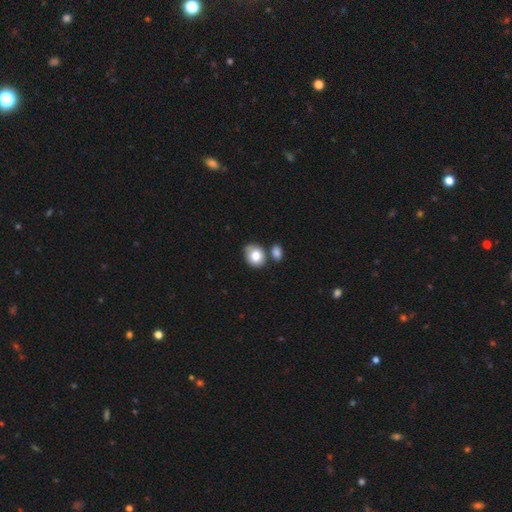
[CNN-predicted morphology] smooth 80%, featured or disk 12%, star or artifact 8%. Down the decision tree: how rounded — round (58%); merging — none (63%).